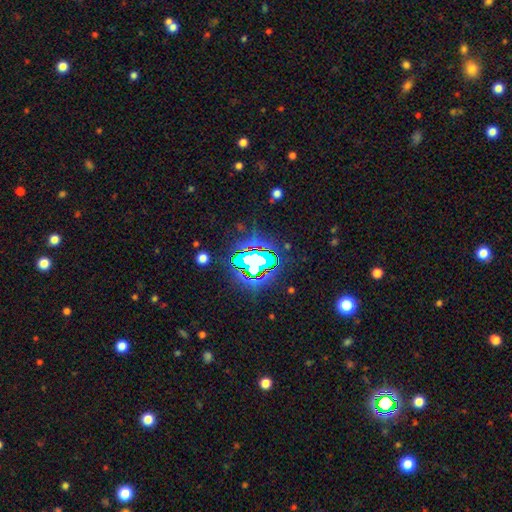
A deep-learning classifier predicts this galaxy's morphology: Smooth or featured? Predicted: star or artifact (p=0.69).